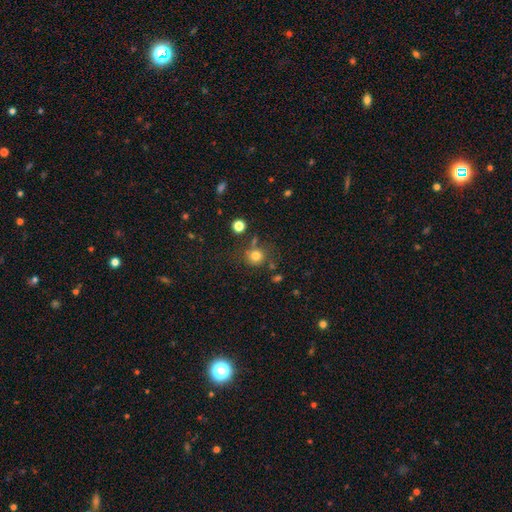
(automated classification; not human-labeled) Morphology: type=smooth (78%); roundness=round (87%); merging=none (71%).